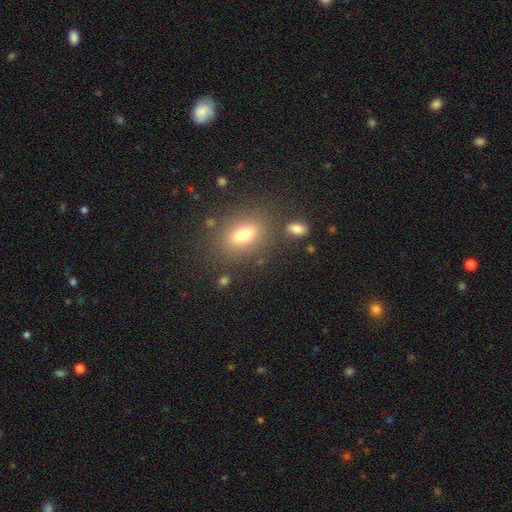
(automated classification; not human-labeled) smooth-or-featured: smooth: 68% | star or artifact: 20% | featured or disk: 12%
  how-rounded: in between: 70% | round: 28% | cigar-shaped: 3%
  merging: none: 79% | minor disturbance: 10% | merger: 7% | major disturbance: 4%